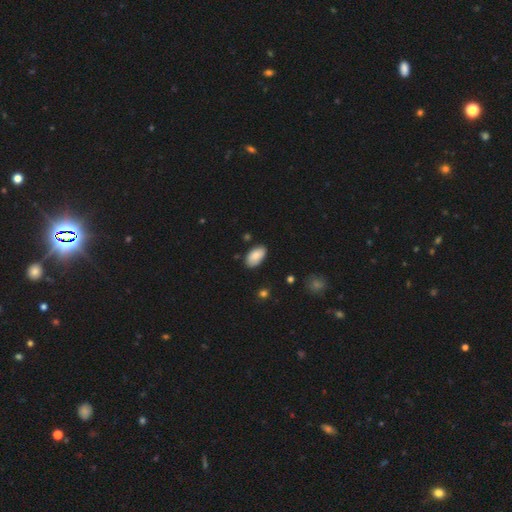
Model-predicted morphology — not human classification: Q: Smooth or featured?
A: smooth (85%); runner-up: featured or disk (9%)
Q: How rounded?
A: in between (96%); runner-up: round (3%)
Q: Merging?
A: none (81%); runner-up: minor disturbance (15%)